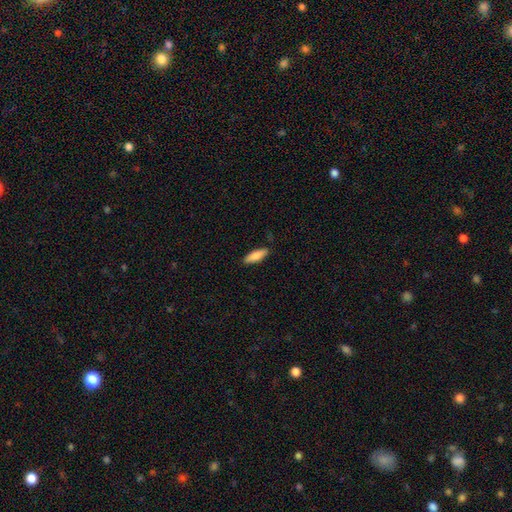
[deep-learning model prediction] A smooth galaxy with no disk features (82%) that is in between round and cigar-shaped (54%). Merging: none (86%).